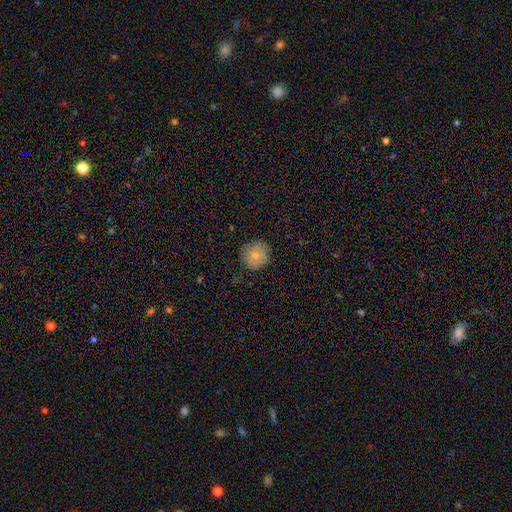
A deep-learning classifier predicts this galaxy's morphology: This appears to be a smooth galaxy with no disk features (76%) that is round (93%). Merging: none (82%).